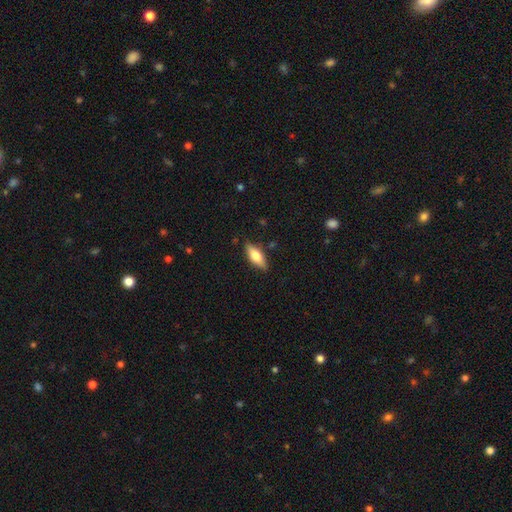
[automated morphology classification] Overall: smooth (69%). How rounded: in between (70%). Merging: none (84%).